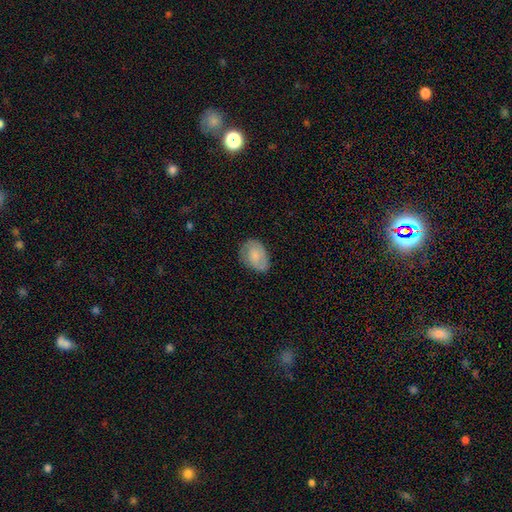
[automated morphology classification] This appears to be a smooth galaxy with no disk features (71%) that is in between round and cigar-shaped (78%). Merging: none (71%).